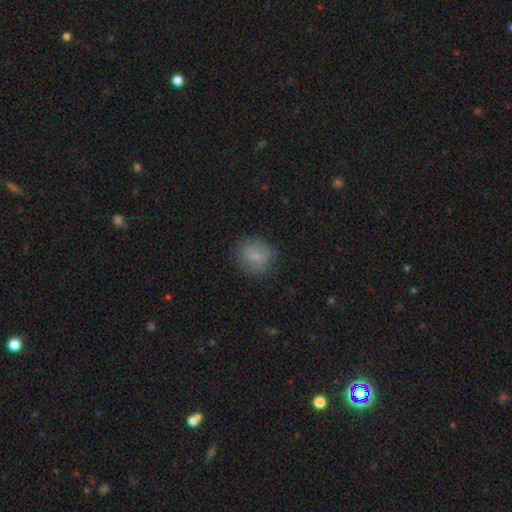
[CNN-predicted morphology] type=smooth (81%); roundness=round (77%); merging=none (80%).